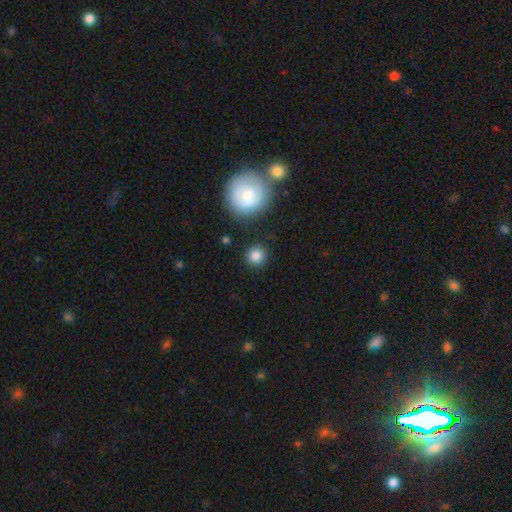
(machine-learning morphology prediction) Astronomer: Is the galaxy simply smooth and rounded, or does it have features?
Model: smooth — 85%.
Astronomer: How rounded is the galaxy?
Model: round — 92%.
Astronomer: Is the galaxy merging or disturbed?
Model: none — 88%.